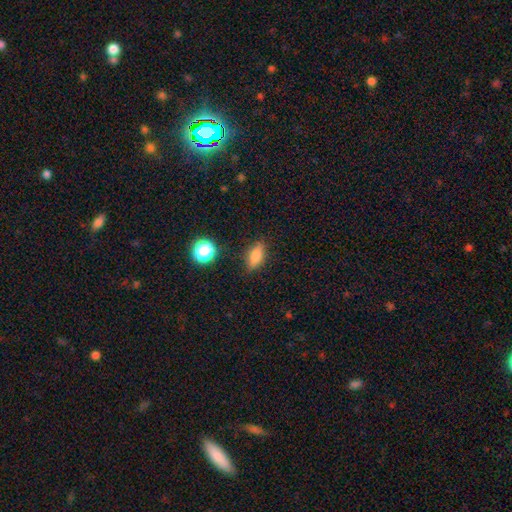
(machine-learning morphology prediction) Smooth or featured: smooth — 79% (featured or disk — 11%)
How rounded: in between — 77% (cigar-shaped — 15%)
Merging: none — 83% (minor disturbance — 13%)